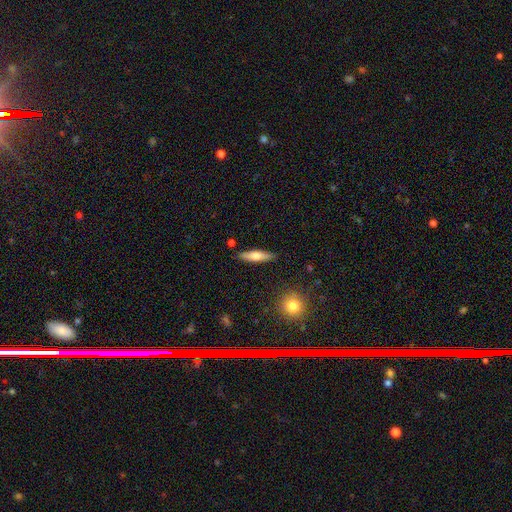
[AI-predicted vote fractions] A smooth galaxy with no disk features (65%) that is cigar-shaped (75%). Merging: none (87%).